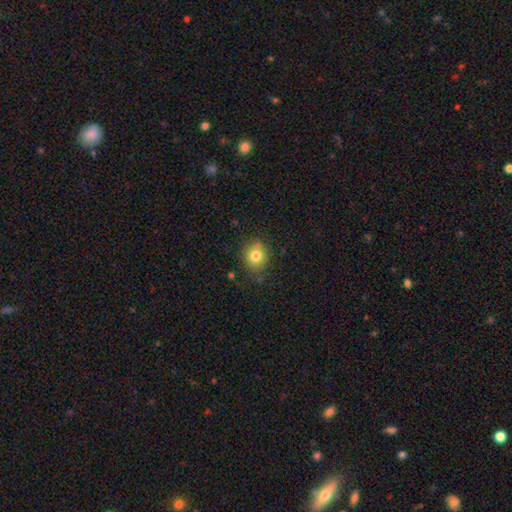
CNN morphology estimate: Smooth or featured? smooth (80%)
How rounded? round (78%)
Merging? none (82%)